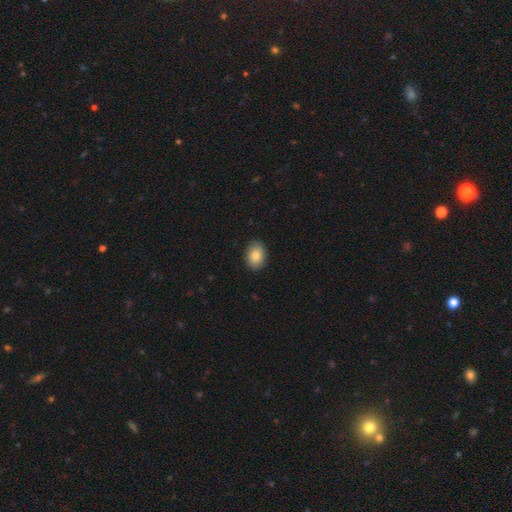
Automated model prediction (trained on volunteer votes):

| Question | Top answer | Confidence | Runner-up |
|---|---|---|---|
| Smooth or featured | smooth | 86% | star or artifact (7%) |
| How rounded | in between | 73% | round (26%) |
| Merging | none | 88% | minor disturbance (9%) |